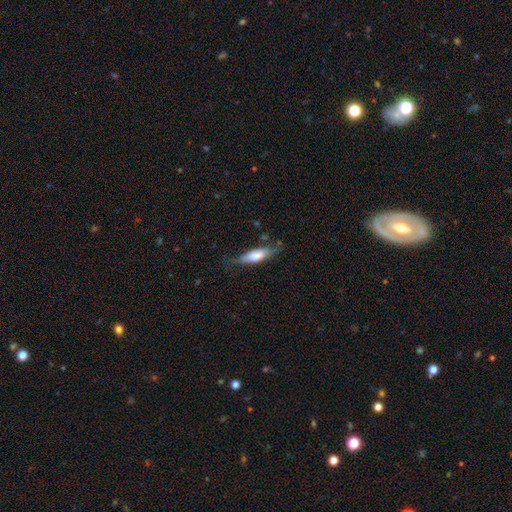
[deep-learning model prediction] This is possibly a smooth galaxy (60%). How rounded: possibly cigar-shaped (52%). Merging: possibly none (59%).